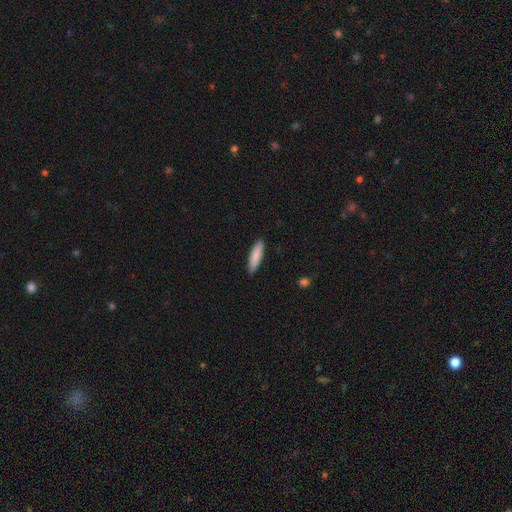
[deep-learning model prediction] Morphology: type=smooth (86%); roundness=cigar-shaped (71%); merging=none (88%).